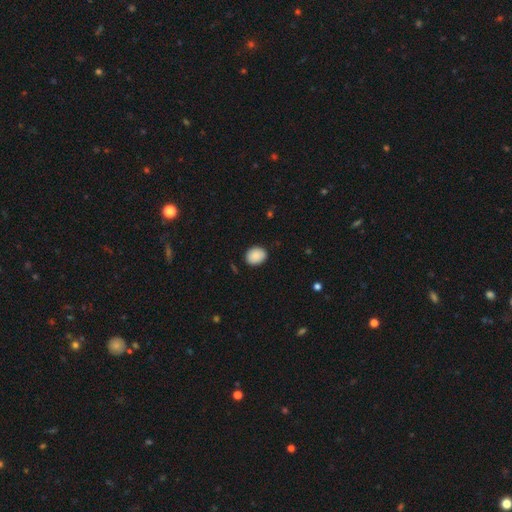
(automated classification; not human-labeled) Q: Smooth or featured?
A: smooth (88%); runner-up: star or artifact (7%)
Q: How rounded?
A: in between (53%); runner-up: round (47%)
Q: Merging?
A: none (86%); runner-up: minor disturbance (11%)